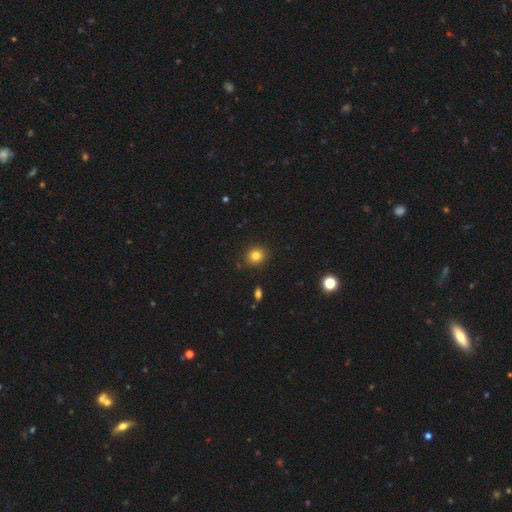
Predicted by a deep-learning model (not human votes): This is clearly a smooth galaxy (82%). How rounded: likely round (79%). Merging: clearly none (90%).